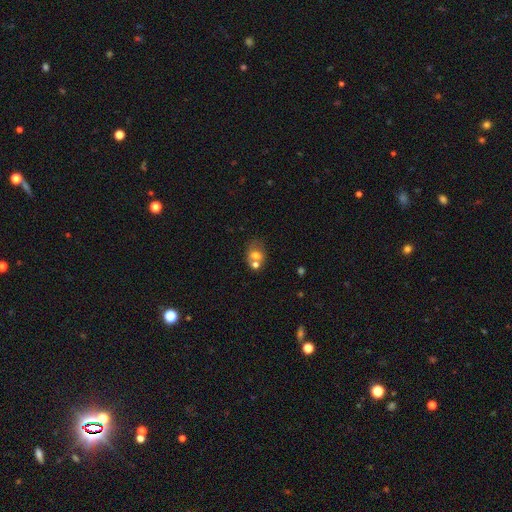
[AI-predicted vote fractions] smooth-or-featured: smooth: 63% | featured or disk: 25% | star or artifact: 12%
  how-rounded: in between: 50% | round: 49% | cigar-shaped: 1%
  merging: merger: 43% | none: 38% | minor disturbance: 13% | major disturbance: 6%